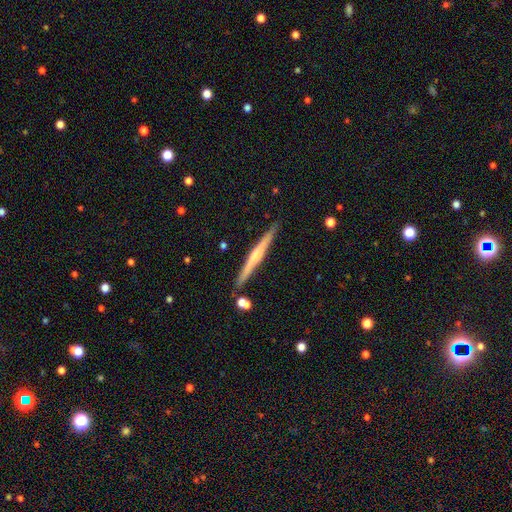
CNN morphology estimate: Q: Smooth or featured?
A: featured or disk (62%); runner-up: smooth (32%)
Q: Edge-on disk?
A: yes (98%); runner-up: no (2%)
Q: Edge-on bulge?
A: rounded (52%); runner-up: none (36%)
Q: Merging?
A: none (88%); runner-up: minor disturbance (8%)